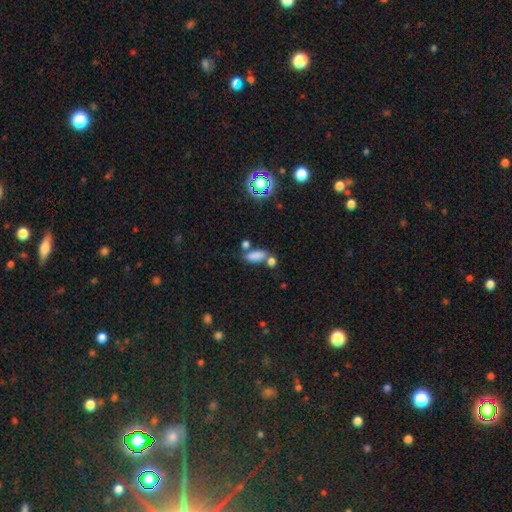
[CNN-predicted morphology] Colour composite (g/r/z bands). It shows a smooth galaxy with no disk features (80%) that is in between round and cigar-shaped (83%). Merging: none (52%).